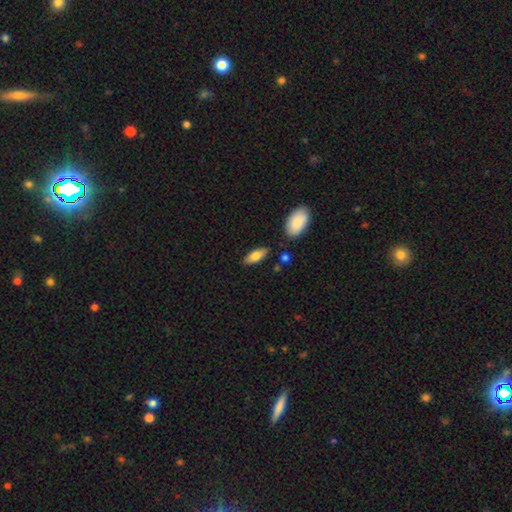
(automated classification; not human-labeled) Q: Smooth or featured?
A: smooth (77%); runner-up: featured or disk (17%)
Q: How rounded?
A: in between (79%); runner-up: cigar-shaped (19%)
Q: Merging?
A: none (81%); runner-up: minor disturbance (12%)